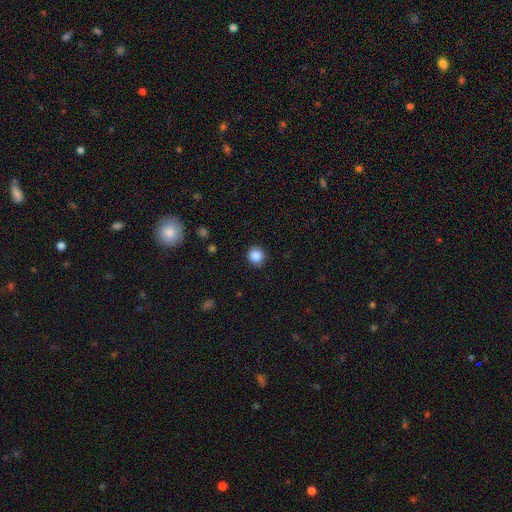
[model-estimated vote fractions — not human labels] This appears to be a smooth galaxy with no disk features (86%) that is round (91%). Merging: none (89%).